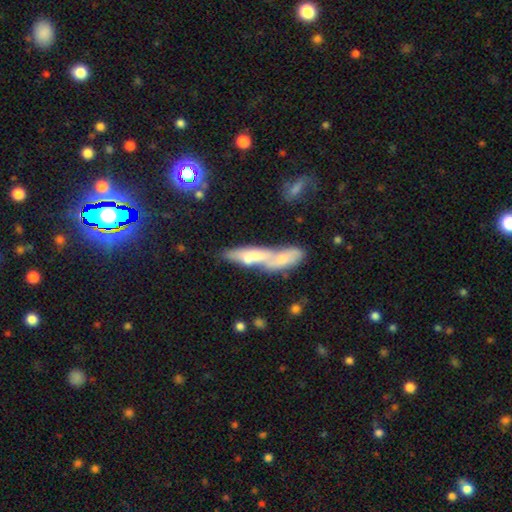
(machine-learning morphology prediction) Smooth or featured? Predicted: smooth (p=0.51). How rounded? Predicted: cigar-shaped (p=0.69). Merging? Predicted: merger (p=0.63).